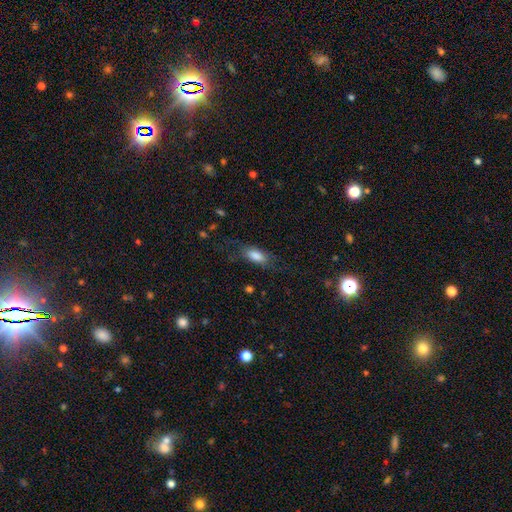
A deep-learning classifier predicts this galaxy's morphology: This appears to be a smooth galaxy with no disk features (77%) that is in between round and cigar-shaped (83%). Merging: none (64%).